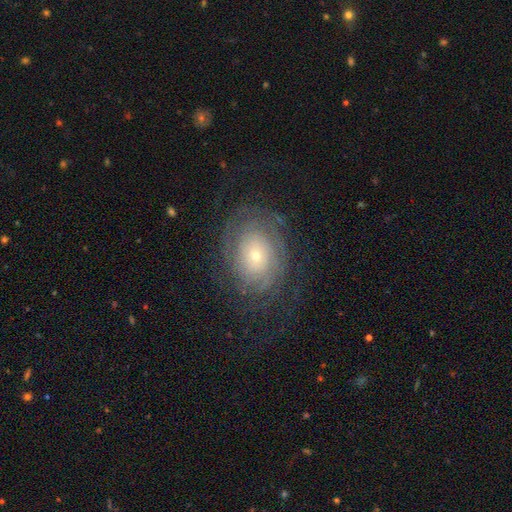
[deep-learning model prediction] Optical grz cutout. It shows a featured or disk galaxy (71%) with no bar (84%), tight (73%) spiral arms (87%) and a small central bulge (68%). Merging: none (72%).